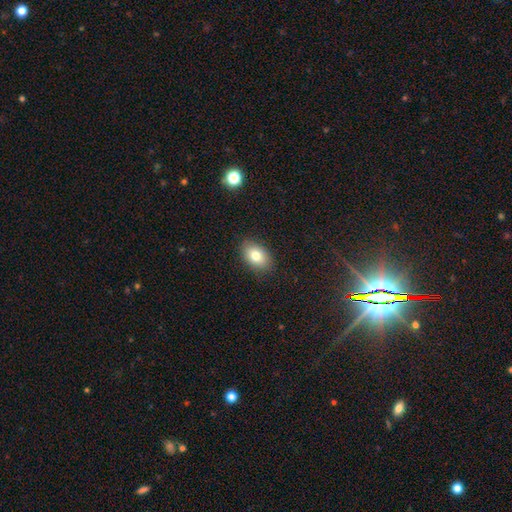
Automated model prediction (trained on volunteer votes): The model was most divided on "smooth or featured": smooth: 79%, featured or disk: 13%, star or artifact: 9%. More confident: merging — none (87%); how rounded — in between (86%).